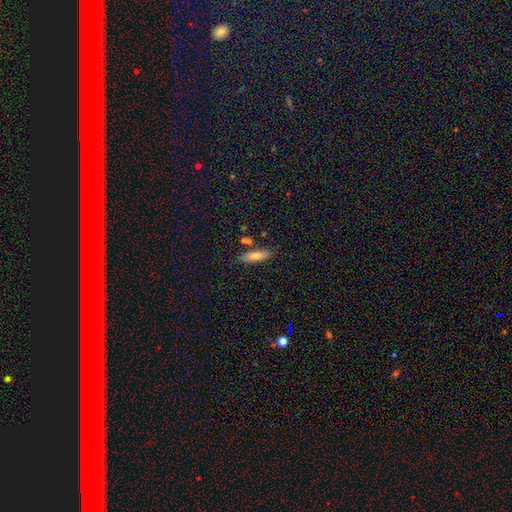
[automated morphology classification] Overall: smooth (71%). How rounded: cigar-shaped (55%; in between 42%). Merging: none (77%).